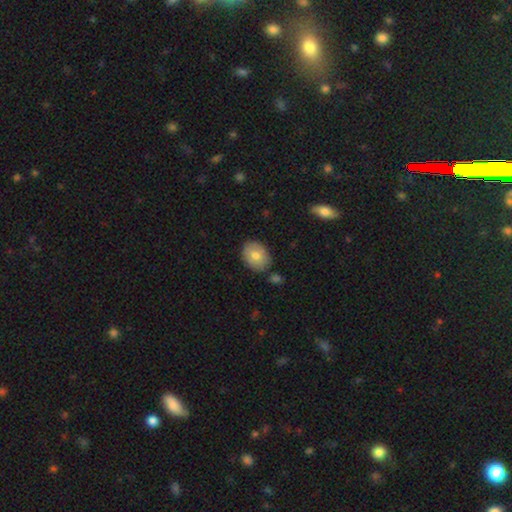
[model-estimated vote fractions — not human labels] This is likely a smooth galaxy (75%). How rounded: possibly in between (57%). Merging: clearly none (82%).